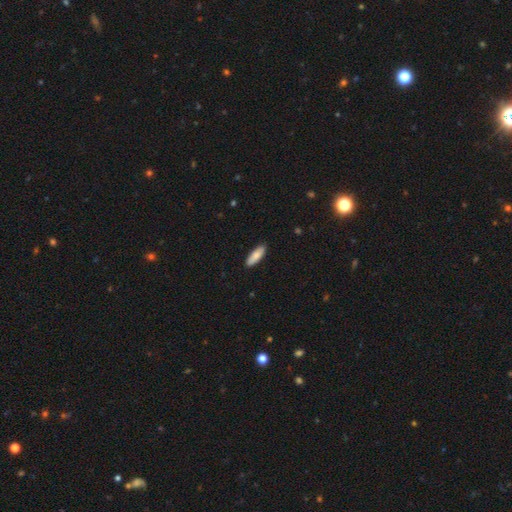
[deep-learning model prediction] A smooth galaxy with no disk features (83%) that is in between round and cigar-shaped (57%).

Vote fractions:
- Smooth or featured? smooth: 83% / featured or disk: 11% / star or artifact: 6%
- How rounded? in between: 57% / cigar-shaped: 41% / round: 2%
- Merging? none: 90% / minor disturbance: 8% / major disturbance: 1% / merger: 1%